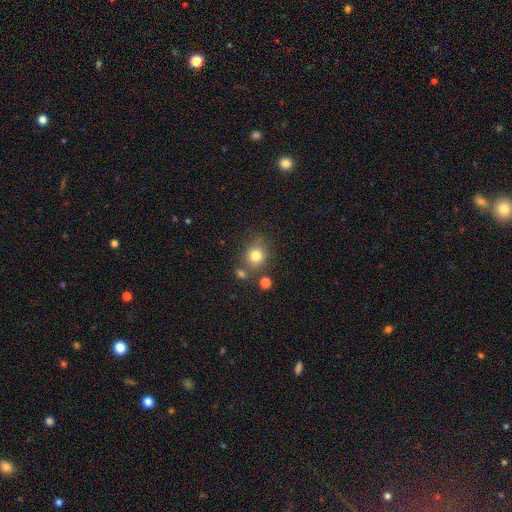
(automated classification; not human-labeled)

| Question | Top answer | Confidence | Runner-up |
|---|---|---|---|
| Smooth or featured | smooth | 79% | star or artifact (12%) |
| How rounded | round | 82% | in between (17%) |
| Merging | none | 70% | minor disturbance (13%) |